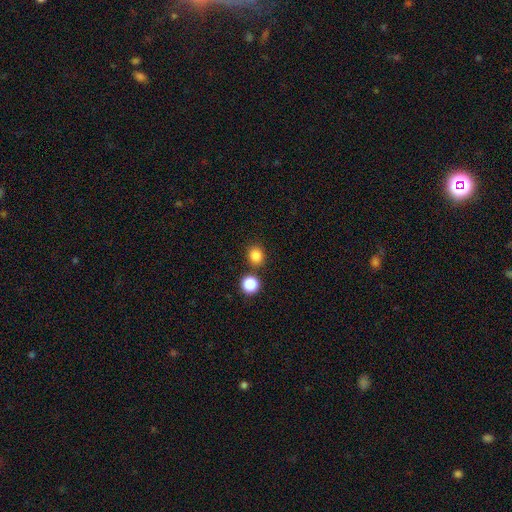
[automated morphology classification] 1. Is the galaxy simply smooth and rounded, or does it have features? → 84% smooth, 13% star or artifact, 4% featured or disk.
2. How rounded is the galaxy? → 78% round, 21% in between, 1% cigar-shaped.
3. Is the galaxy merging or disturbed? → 79% none, 10% merger, 8% minor disturbance, 3% major disturbance.